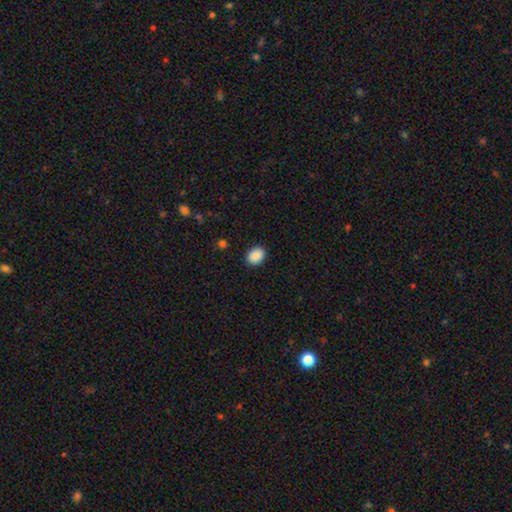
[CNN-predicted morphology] This appears to be a smooth galaxy with no disk features (90%) that is in between round and cigar-shaped (64%). Merging: none (90%).